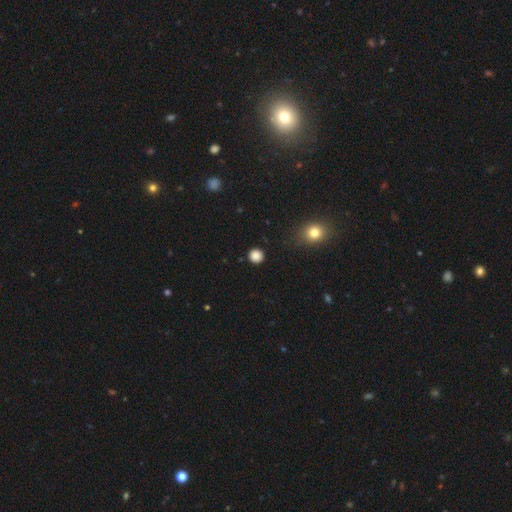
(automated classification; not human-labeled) Smooth or featured: smooth — 86% (star or artifact — 11%)
How rounded: round — 93% (in between — 6%)
Merging: none — 91% (minor disturbance — 6%)